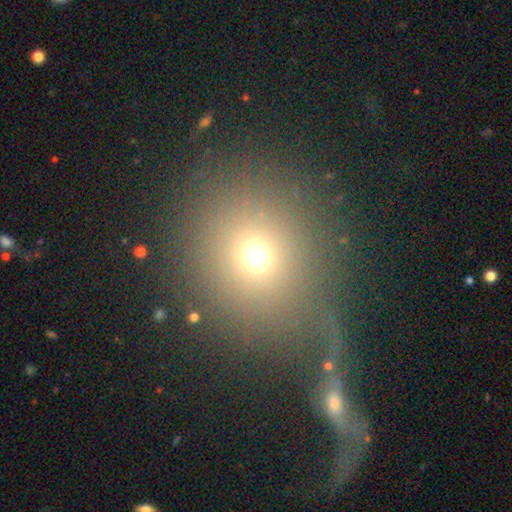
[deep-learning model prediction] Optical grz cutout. It shows a smooth galaxy with no disk features (67%) that is round (82%). Merging: none (57%).